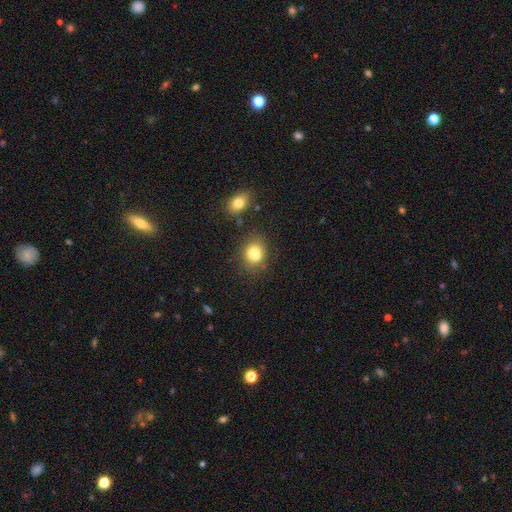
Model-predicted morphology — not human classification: Overall: smooth (80%). How rounded: round (51%; in between 48%). Merging: none (62%).